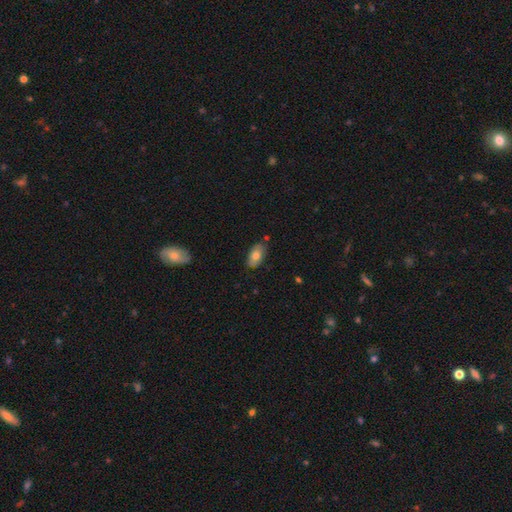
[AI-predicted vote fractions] Smooth or featured? smooth (75%)
How rounded? in between (92%)
Merging? none (79%)